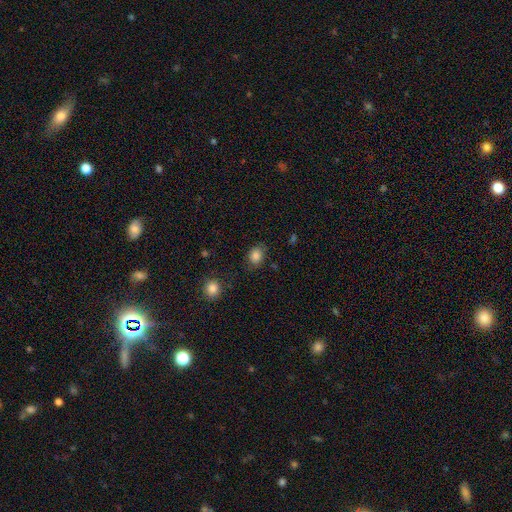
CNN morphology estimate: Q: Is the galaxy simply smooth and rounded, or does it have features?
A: smooth — 84%.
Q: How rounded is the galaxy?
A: in between — 51%.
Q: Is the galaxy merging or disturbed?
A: none — 77%.